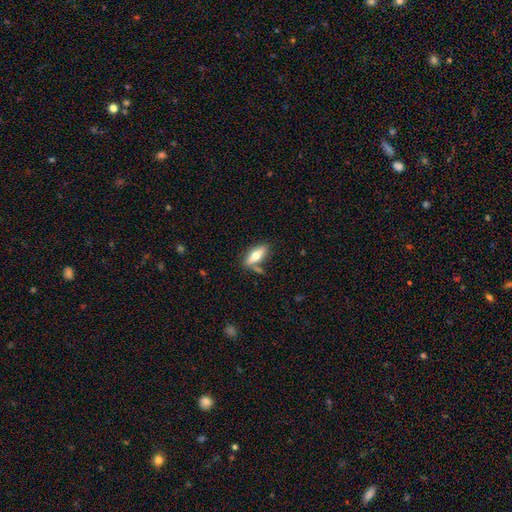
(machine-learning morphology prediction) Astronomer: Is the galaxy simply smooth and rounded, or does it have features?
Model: smooth — 58% (runner-up: featured or disk, 36%).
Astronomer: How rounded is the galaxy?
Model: in between — 58% (runner-up: cigar-shaped, 39%).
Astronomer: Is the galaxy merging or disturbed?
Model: none — 67%.